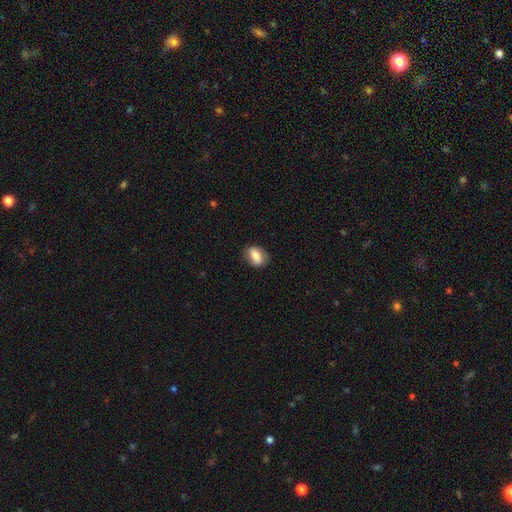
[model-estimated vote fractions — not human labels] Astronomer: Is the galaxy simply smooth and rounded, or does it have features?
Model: smooth — 76%.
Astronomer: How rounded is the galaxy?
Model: in between — 79%.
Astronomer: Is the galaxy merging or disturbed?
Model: none — 82%.